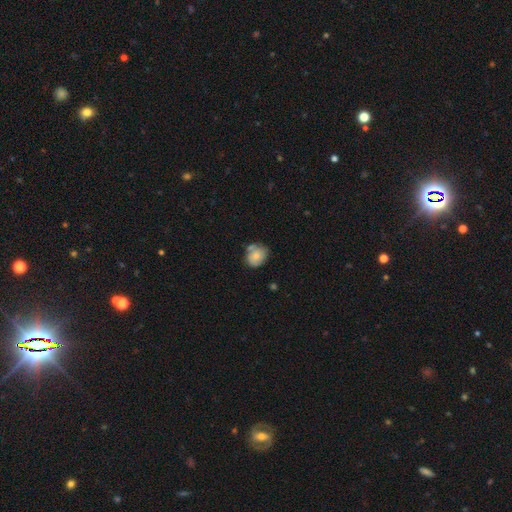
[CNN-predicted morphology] The model was most divided on "how rounded": round: 60%, in between: 39%, cigar-shaped: 1%. More confident: smooth or featured — smooth (69%); merging — none (55%).